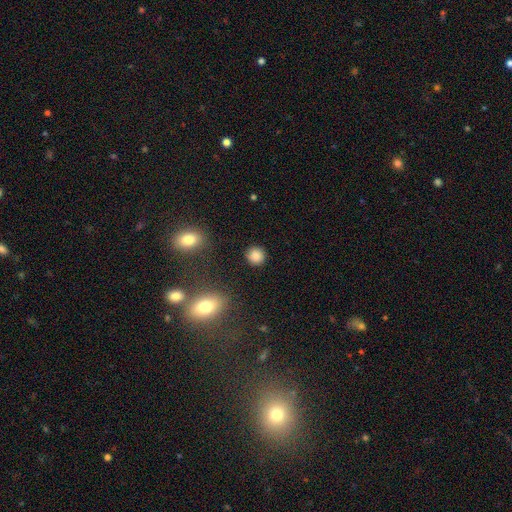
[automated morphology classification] Smooth or featured? Predicted: smooth (p=0.83). How rounded? Predicted: round (p=0.90). Merging? Predicted: none (p=0.87).